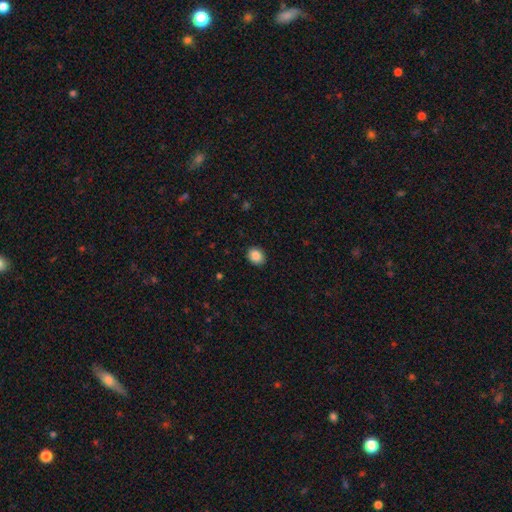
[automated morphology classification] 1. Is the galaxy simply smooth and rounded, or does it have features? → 88% smooth, 8% star or artifact, 4% featured or disk.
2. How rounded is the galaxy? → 51% in between, 48% round, 1% cigar-shaped.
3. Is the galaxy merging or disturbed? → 90% none, 8% minor disturbance, 2% major disturbance, 1% merger.